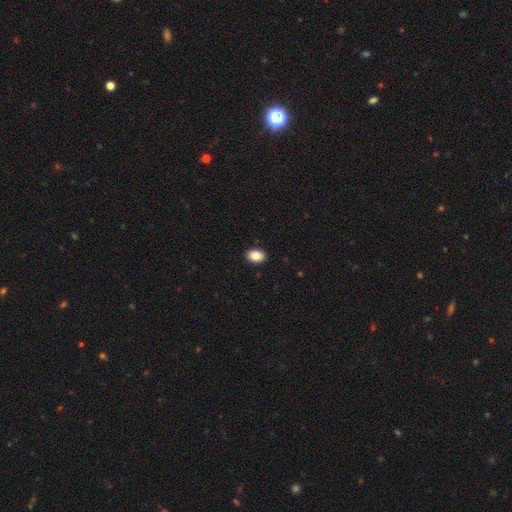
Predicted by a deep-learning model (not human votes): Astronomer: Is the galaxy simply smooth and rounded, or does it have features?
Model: smooth — 86%.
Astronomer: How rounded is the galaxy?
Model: in between — 84%.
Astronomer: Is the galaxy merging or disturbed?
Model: none — 91%.